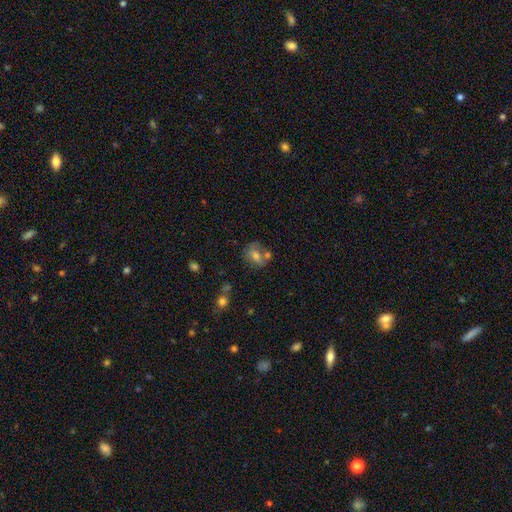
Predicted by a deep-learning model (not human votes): This appears to be a smooth galaxy with no disk features (62%) that is in between round and cigar-shaped (54%). Merging: none (49%).